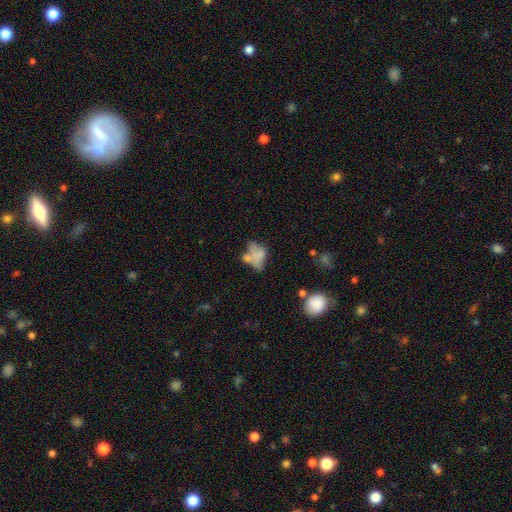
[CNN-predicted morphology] smooth-or-featured: smooth: 60% | featured or disk: 28% | star or artifact: 12%
  how-rounded: in between: 79% | round: 18% | cigar-shaped: 3%
  merging: merger: 38% | none: 25% | minor disturbance: 19% | major disturbance: 18%